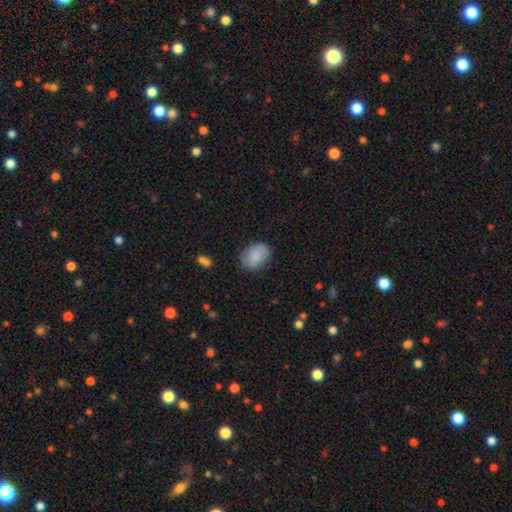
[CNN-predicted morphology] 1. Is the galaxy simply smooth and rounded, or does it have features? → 83% smooth, 11% featured or disk, 7% star or artifact.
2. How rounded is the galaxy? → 76% in between, 23% round, 1% cigar-shaped.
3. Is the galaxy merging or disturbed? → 77% none, 17% minor disturbance, 4% major disturbance, 2% merger.